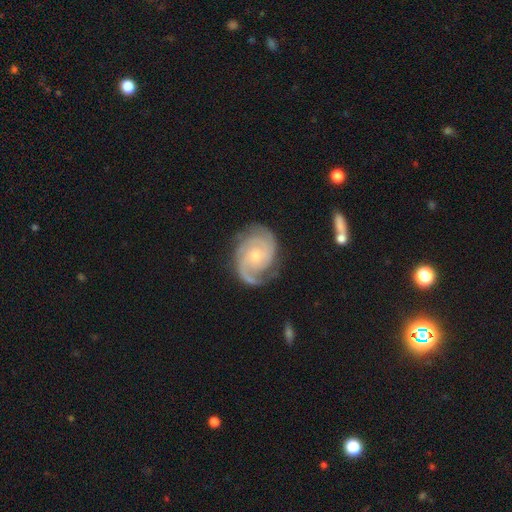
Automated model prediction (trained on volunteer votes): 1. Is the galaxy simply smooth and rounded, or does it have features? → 90% featured or disk, 5% smooth, 4% star or artifact.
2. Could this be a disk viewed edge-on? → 98% no, 2% yes.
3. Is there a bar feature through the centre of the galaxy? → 67% no, 28% weak, 5% strong.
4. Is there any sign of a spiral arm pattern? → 98% yes, 2% no.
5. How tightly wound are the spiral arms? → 54% tight, 38% medium, 8% loose.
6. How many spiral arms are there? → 53% 2, 23% 3, 10% can't tell, 5% 4, 5% 1, 4% more than 4.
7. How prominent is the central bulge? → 62% small, 34% moderate, 2% none, 2% large, 1% dominant.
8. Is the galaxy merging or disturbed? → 75% none, 17% minor disturbance, 6% major disturbance, 2% merger.